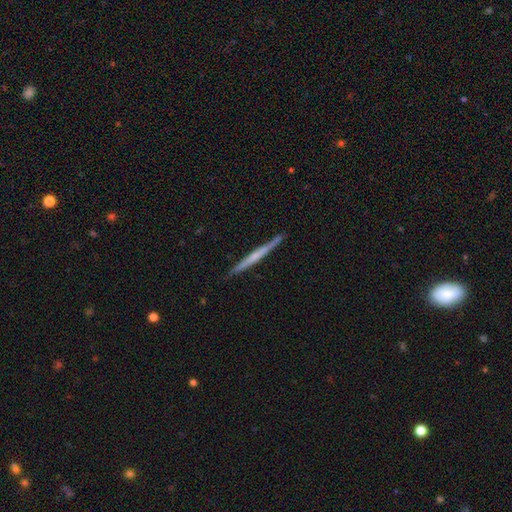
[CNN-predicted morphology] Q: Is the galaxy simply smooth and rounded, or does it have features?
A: featured or disk — 62%.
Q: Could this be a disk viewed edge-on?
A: yes — 98%.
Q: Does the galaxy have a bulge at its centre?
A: none — 61%.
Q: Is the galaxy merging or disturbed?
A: none — 90%.